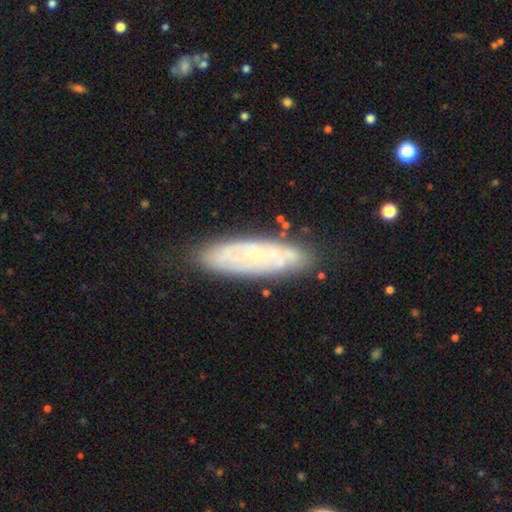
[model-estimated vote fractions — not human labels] The model was most divided on "smooth or featured": featured or disk: 61%, smooth: 32%, star or artifact: 7%. More confident: merging — none (79%); edge-on disk — no (77%).